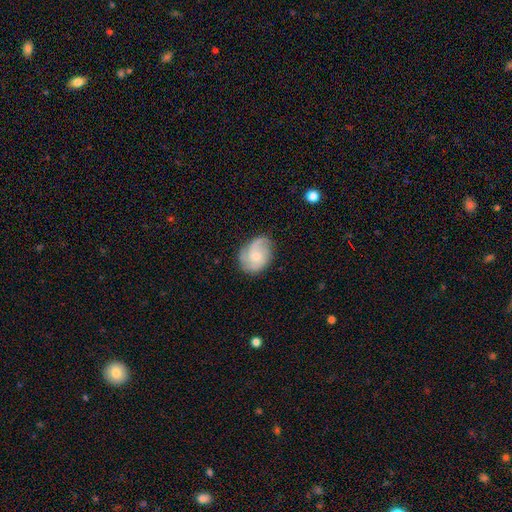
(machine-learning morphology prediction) Smooth or featured?
  - featured or disk: 65% *
  - smooth: 28%
  - star or artifact: 7%
Edge-on disk?
  - no: 98% *
  - yes: 2%
Bar?
  - no: 68% *
  - weak: 29%
  - strong: 3%
Spiral arms?
  - yes: 93% *
  - no: 7%
Spiral winding?
  - medium: 46% *
  - loose: 28%
  - tight: 27%
Spiral arm count?
  - 2: 44% *
  - 3: 24%
  - can't tell: 16%
  - 1: 8%
  - 4: 4%
  - more than 4: 3%
Bulge size?
  - small: 50% *
  - moderate: 40%
  - none: 6%
  - large: 3%
  - dominant: 1%
Merging?
  - none: 70% *
  - minor disturbance: 21%
  - major disturbance: 8%
  - merger: 1%